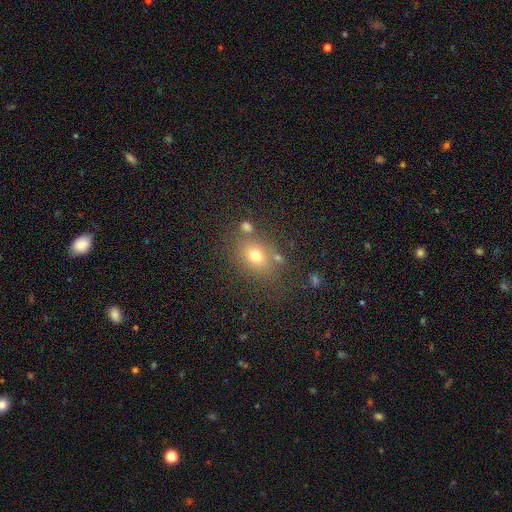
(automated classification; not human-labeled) A smooth galaxy with no disk features (70%) that is in between round and cigar-shaped (54%).

Vote fractions:
- Smooth or featured? smooth: 70% / star or artifact: 16% / featured or disk: 13%
- How rounded? in between: 54% / round: 45% / cigar-shaped: 2%
- Merging? none: 69% / minor disturbance: 15% / merger: 10% / major disturbance: 6%